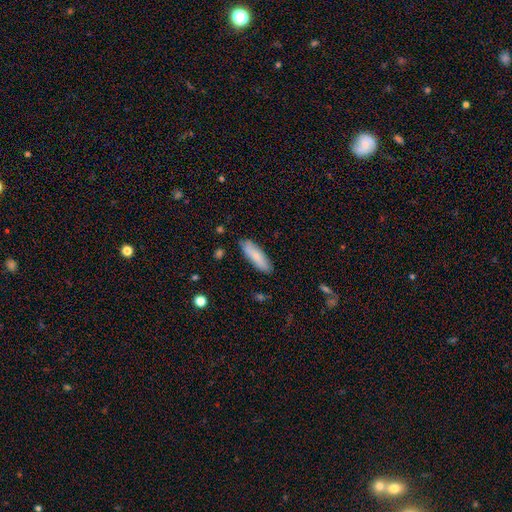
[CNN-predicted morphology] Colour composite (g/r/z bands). It shows a smooth galaxy with no disk features (81%) that is cigar-shaped (53%). Merging: none (85%).